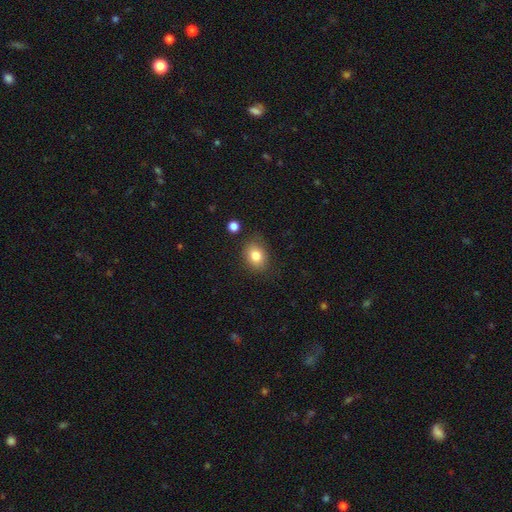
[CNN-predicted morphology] A smooth galaxy with no disk features (82%) that is in between round and cigar-shaped (58%). Merging: none (79%).